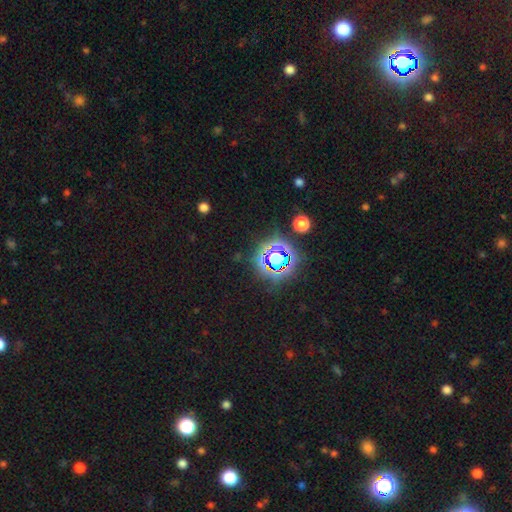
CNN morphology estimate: Q: Smooth or featured?
A: star or artifact (79%); runner-up: smooth (14%)